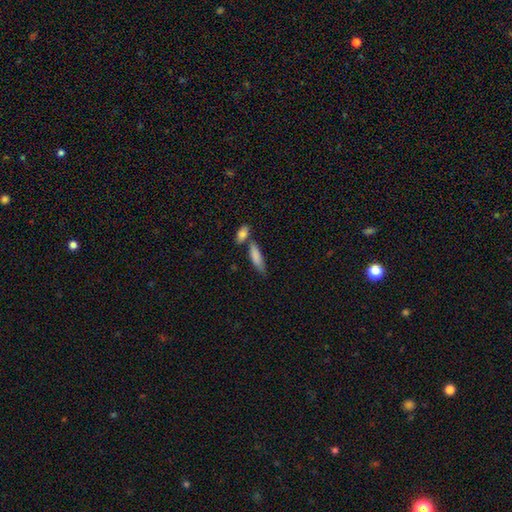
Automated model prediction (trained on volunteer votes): smooth_or_featured: smooth (p=0.82) [alt: featured or disk p=0.12]
how_rounded: cigar-shaped (p=0.58) [alt: in between p=0.40]
merging: none (p=0.57) [alt: merger p=0.22]